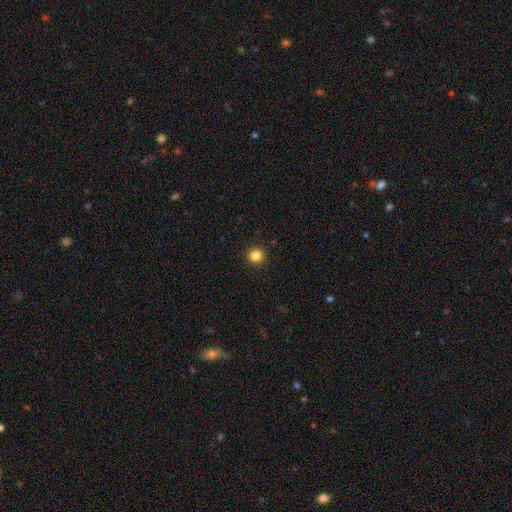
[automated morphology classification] Q: Smooth or featured?
A: smooth (85%); runner-up: star or artifact (11%)
Q: How rounded?
A: round (94%); runner-up: in between (5%)
Q: Merging?
A: none (93%); runner-up: minor disturbance (5%)